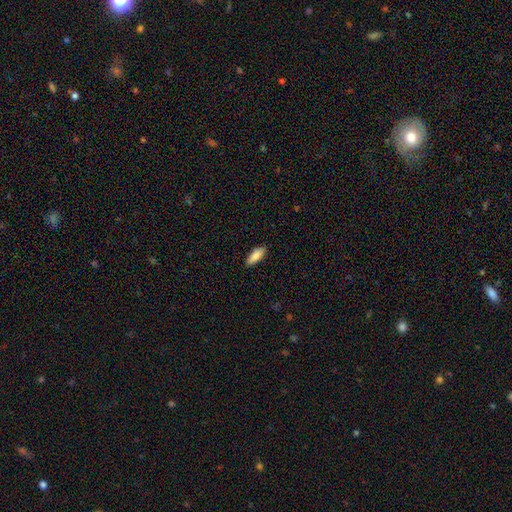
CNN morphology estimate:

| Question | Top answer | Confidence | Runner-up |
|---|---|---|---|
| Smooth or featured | smooth | 86% | featured or disk (9%) |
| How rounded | in between | 66% | cigar-shaped (32%) |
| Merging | none | 89% | minor disturbance (8%) |